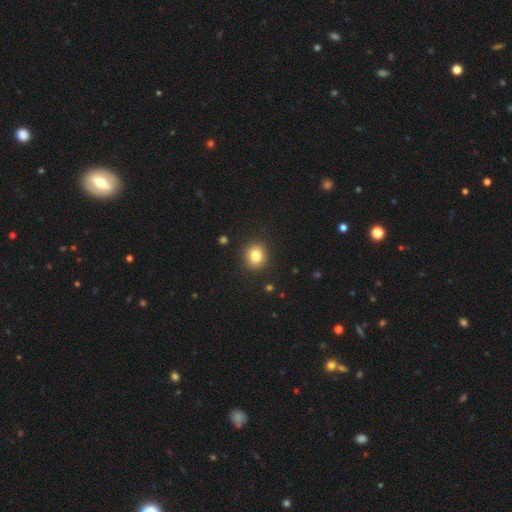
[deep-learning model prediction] Smooth or featured? Predicted: smooth (p=0.82). How rounded? Predicted: round (p=0.81). Merging? Predicted: none (p=0.91).